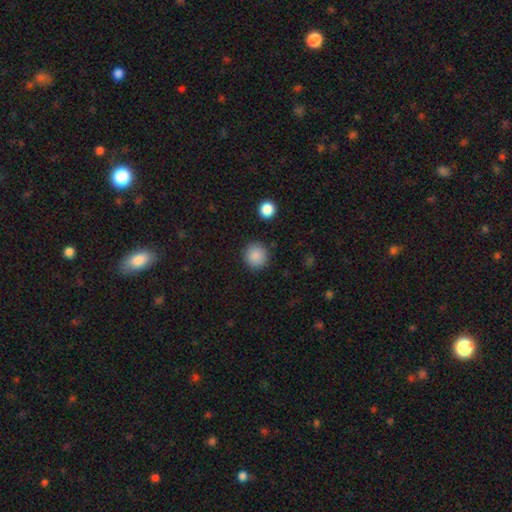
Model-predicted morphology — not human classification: This is clearly a smooth galaxy (88%). How rounded: clearly round (93%). Merging: clearly none (90%).